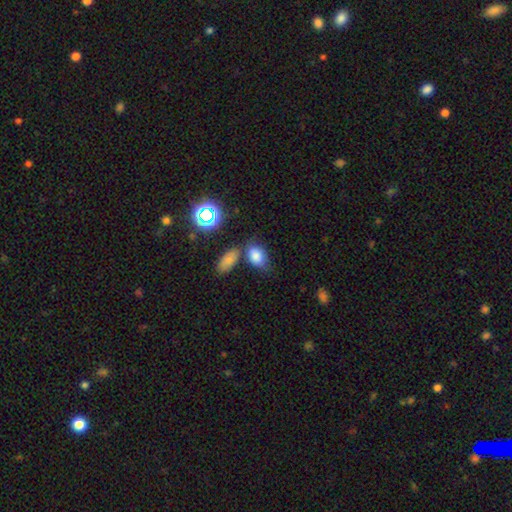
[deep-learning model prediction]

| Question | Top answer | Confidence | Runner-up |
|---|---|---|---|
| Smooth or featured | smooth | 77% | star or artifact (14%) |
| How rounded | in between | 85% | round (13%) |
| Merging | none | 56% | merger (21%) |